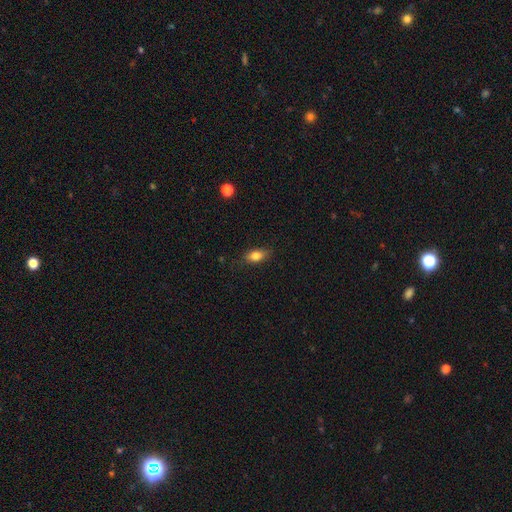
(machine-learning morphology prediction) Smooth or featured?
  - smooth: 80% *
  - featured or disk: 12%
  - star or artifact: 8%
How rounded?
  - in between: 83% *
  - cigar-shaped: 9%
  - round: 7%
Merging?
  - none: 82% *
  - minor disturbance: 14%
  - major disturbance: 3%
  - merger: 1%